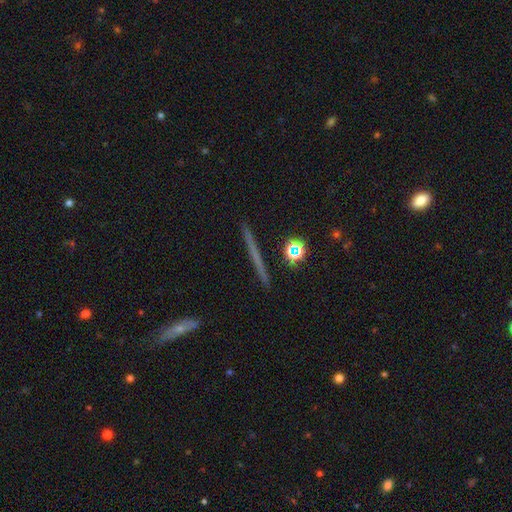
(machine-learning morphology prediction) Overall: featured or disk (49%; smooth 38%). Merging: none (90%).